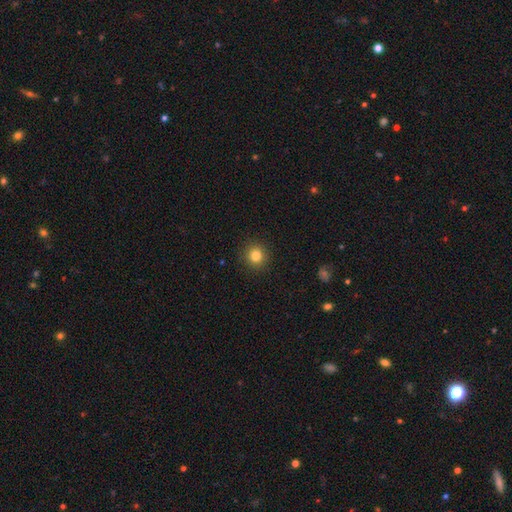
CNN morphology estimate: A smooth galaxy with no disk features (83%) that is round (93%).

Vote fractions:
- Smooth or featured? smooth: 83% / star or artifact: 12% / featured or disk: 5%
- How rounded? round: 93% / in between: 6% / cigar-shaped: 1%
- Merging? none: 91% / minor disturbance: 5% / major disturbance: 2% / merger: 1%